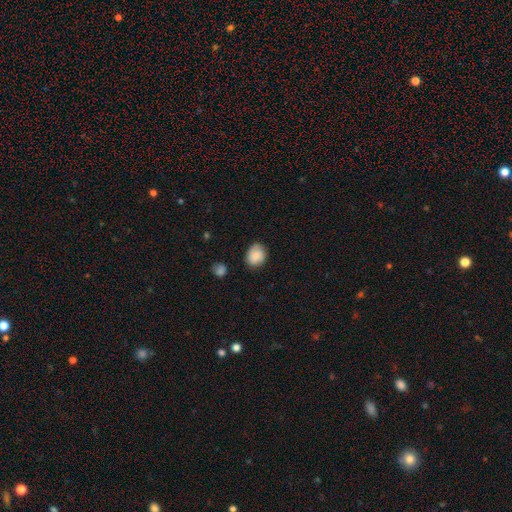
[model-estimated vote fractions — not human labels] This appears to be a smooth galaxy with no disk features (79%) that is round (55%). Merging: none (74%).